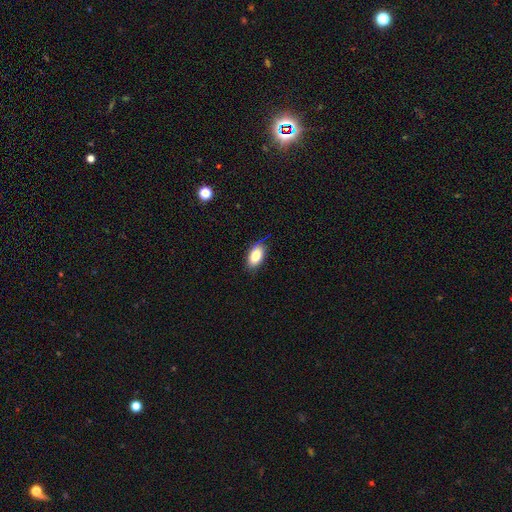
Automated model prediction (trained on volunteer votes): The model was most divided on "merging": none: 79%, minor disturbance: 17%, major disturbance: 3%, merger: 1%. More confident: how rounded — in between (93%); smooth or featured — smooth (85%).